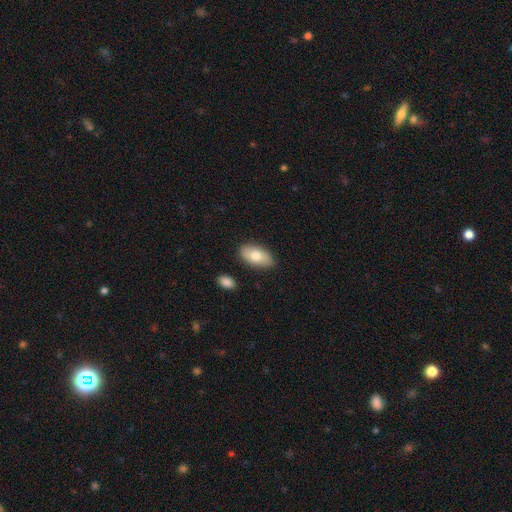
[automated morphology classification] type=smooth (78%); roundness=in between (94%); merging=none (84%).